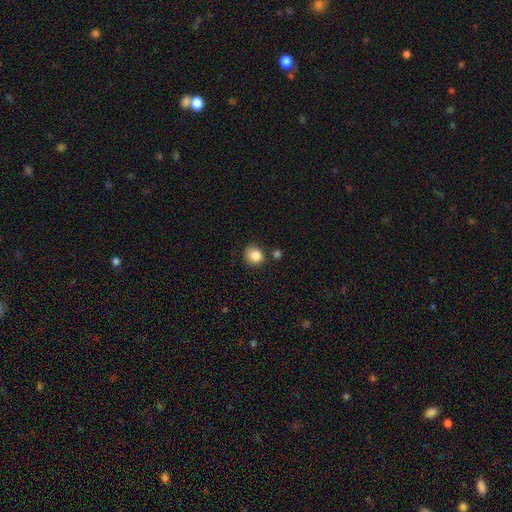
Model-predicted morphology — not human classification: smooth_or_featured: smooth (p=0.84) [alt: star or artifact p=0.10]
how_rounded: round (p=0.85) [alt: in between p=0.14]
merging: none (p=0.76) [alt: minor disturbance p=0.14]